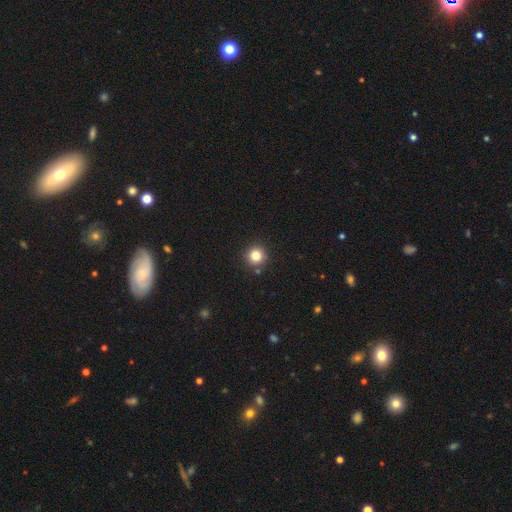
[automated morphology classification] Smooth or featured: smooth — 81% (star or artifact — 13%)
How rounded: round — 94% (in between — 5%)
Merging: none — 88% (minor disturbance — 7%)